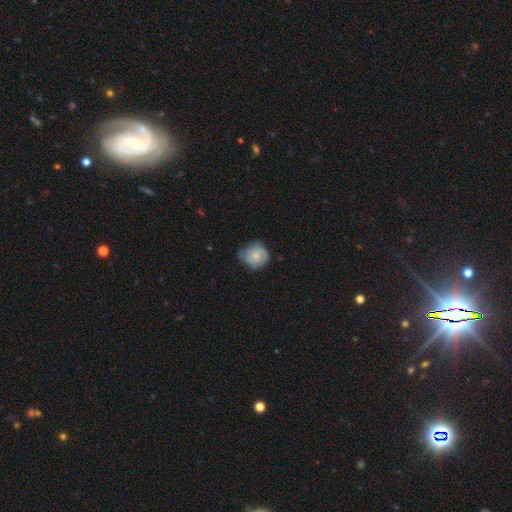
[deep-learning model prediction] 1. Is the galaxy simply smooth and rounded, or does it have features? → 63% smooth, 30% featured or disk, 7% star or artifact.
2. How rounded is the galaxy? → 78% round, 21% in between, 1% cigar-shaped.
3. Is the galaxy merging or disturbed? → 56% none, 35% minor disturbance, 8% major disturbance, 1% merger.